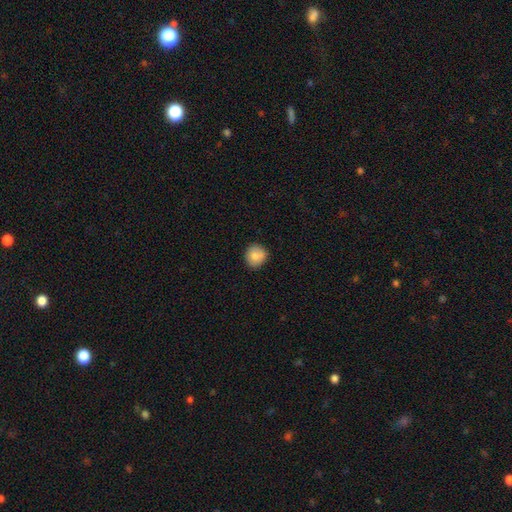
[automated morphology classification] A smooth galaxy with no disk features (84%) that is round (87%).

Vote fractions:
- Smooth or featured? smooth: 84% / star or artifact: 8% / featured or disk: 8%
- How rounded? round: 87% / in between: 12% / cigar-shaped: 1%
- Merging? none: 84% / minor disturbance: 12% / major disturbance: 2% / merger: 2%